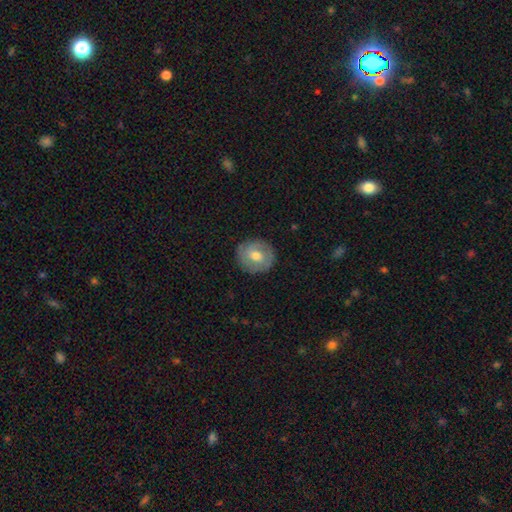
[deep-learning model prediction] Smooth or featured?
  - smooth: 52% *
  - featured or disk: 41%
  - star or artifact: 7%
How rounded?
  - round: 80% *
  - in between: 19%
  - cigar-shaped: 1%
Merging?
  - none: 85% *
  - minor disturbance: 11%
  - major disturbance: 3%
  - merger: 1%